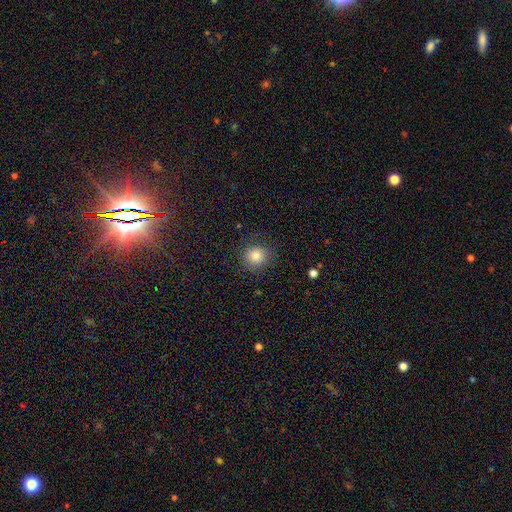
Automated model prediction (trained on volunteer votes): A smooth galaxy with no disk features (82%) that is round (84%).

Vote fractions:
- Smooth or featured? smooth: 82% / star or artifact: 11% / featured or disk: 7%
- How rounded? round: 84% / in between: 15% / cigar-shaped: 1%
- Merging? none: 85% / minor disturbance: 10% / major disturbance: 3% / merger: 1%